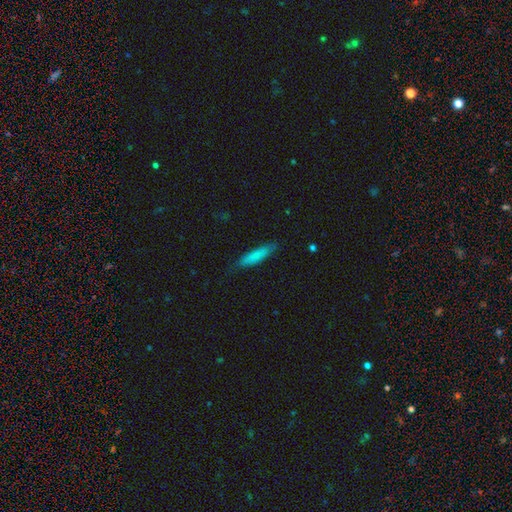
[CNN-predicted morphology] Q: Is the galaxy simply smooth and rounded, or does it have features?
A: smooth — 81%.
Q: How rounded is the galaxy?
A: cigar-shaped — 82%.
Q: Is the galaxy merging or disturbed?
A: none — 82%.